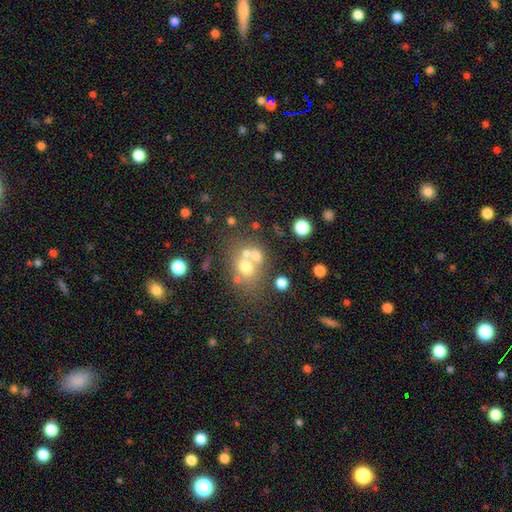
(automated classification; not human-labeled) smooth-or-featured: smooth: 58% | featured or disk: 24% | star or artifact: 17%
  how-rounded: round: 63% | in between: 36% | cigar-shaped: 1%
  merging: merger: 42% (tied) | none: 42% (tied) | minor disturbance: 10% | major disturbance: 7%